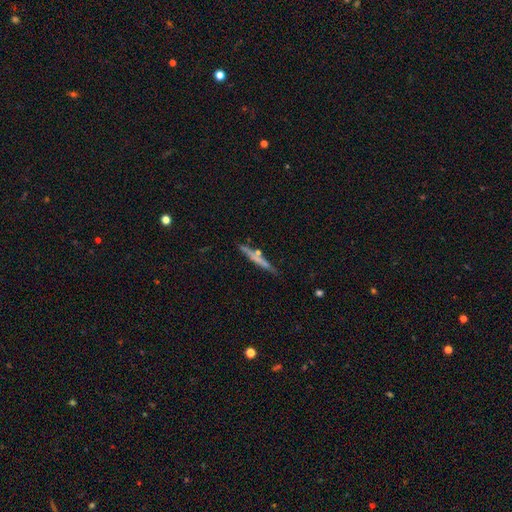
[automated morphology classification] featured or disk 52%, smooth 38%, star or artifact 9%. Down the decision tree: edge-on disk — yes (93%); merging — none (79%).